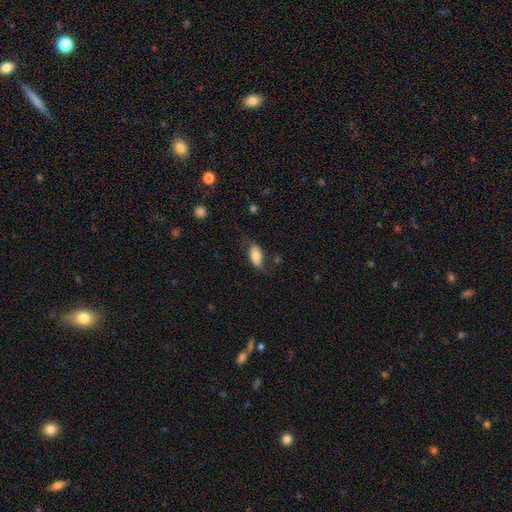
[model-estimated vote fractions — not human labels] Smooth or featured: smooth — 75% (featured or disk — 18%)
How rounded: in between — 90% (cigar-shaped — 7%)
Merging: none — 65% (minor disturbance — 24%)